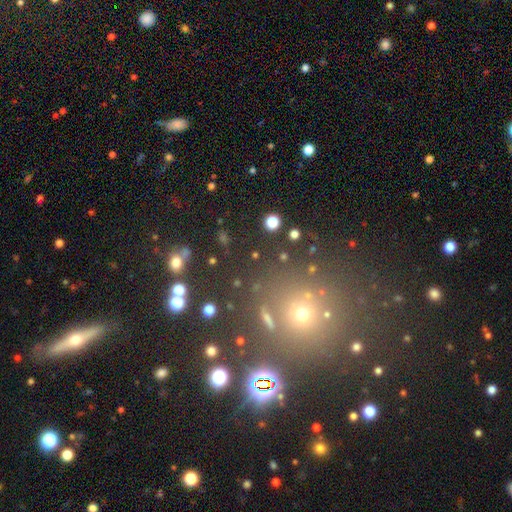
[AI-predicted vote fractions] A smooth galaxy with no disk features (45%, tied with star or artifact).

Vote fractions:
- Smooth or featured? smooth: 45% (tied) / star or artifact: 45% (tied) / featured or disk: 11%
- Merging? none: 78% / minor disturbance: 9% / merger: 8% / major disturbance: 5%